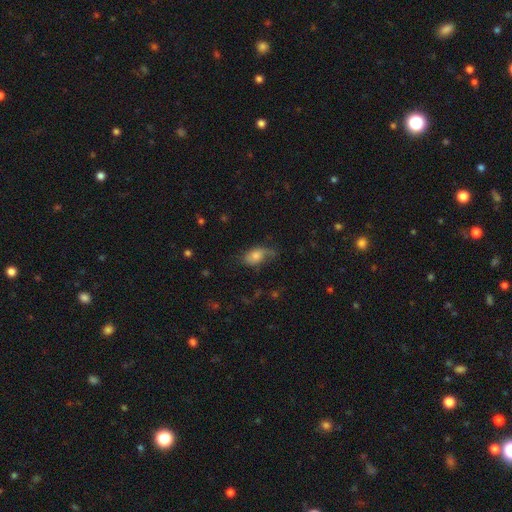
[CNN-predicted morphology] A smooth galaxy with no disk features (65%) that is in between round and cigar-shaped (88%). Merging: none (46%).